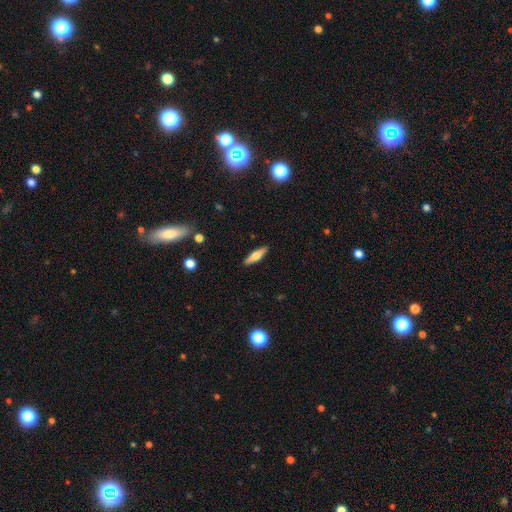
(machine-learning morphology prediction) Smooth or featured? Predicted: smooth (p=0.57). How rounded? Predicted: cigar-shaped (p=0.68). Merging? Predicted: none (p=0.90).